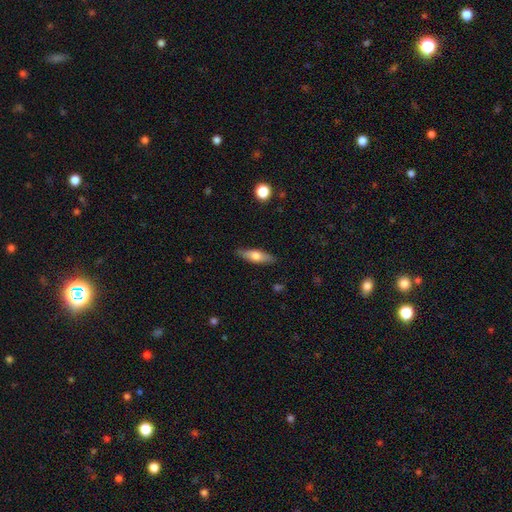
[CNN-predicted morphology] Smooth or featured? Predicted: smooth (p=0.58). How rounded? Predicted: cigar-shaped (p=0.54). Merging? Predicted: none (p=0.86).